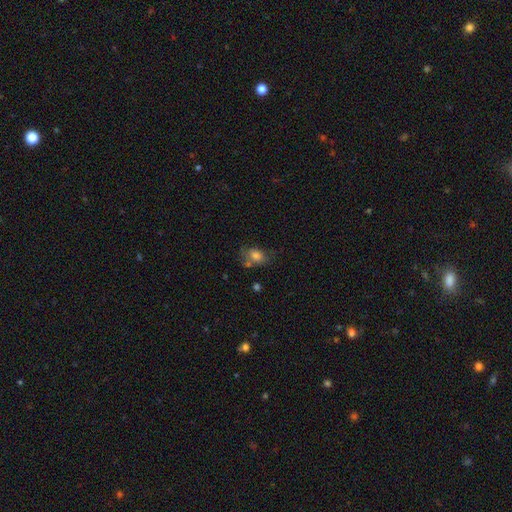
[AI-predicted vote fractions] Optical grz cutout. It shows a smooth galaxy with no disk features (73%) that is in between round and cigar-shaped (73%). Merging: none (45%).